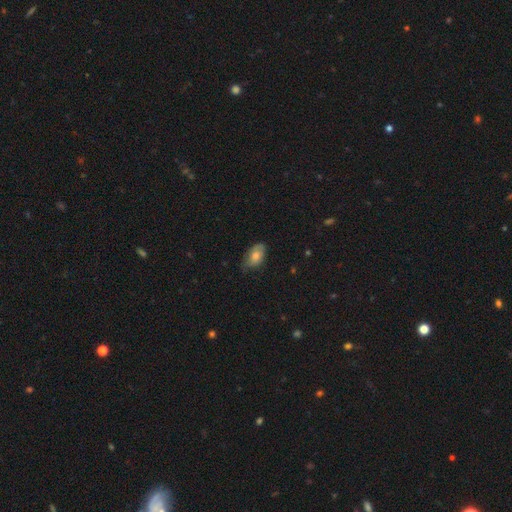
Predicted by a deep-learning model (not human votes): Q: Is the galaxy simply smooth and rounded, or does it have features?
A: smooth — 68%.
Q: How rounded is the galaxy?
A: in between — 91%.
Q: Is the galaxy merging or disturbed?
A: none — 64%.